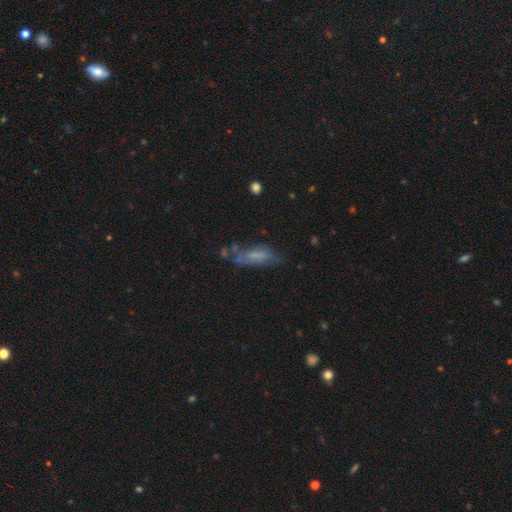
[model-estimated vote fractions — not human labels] This appears to be a smooth galaxy with no disk features (48%). Merging: none (44%).